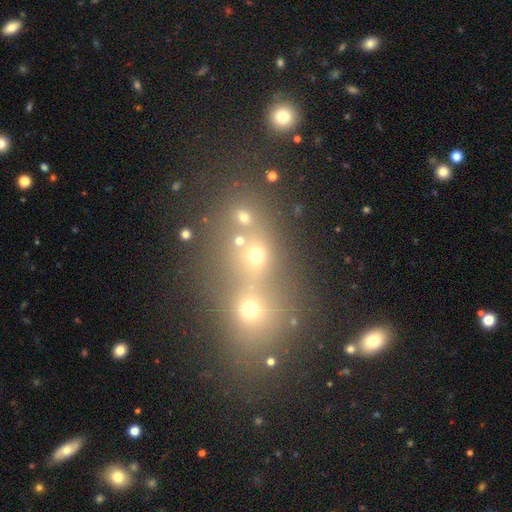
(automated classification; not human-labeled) smooth_or_featured: smooth (p=0.47) [alt: star or artifact p=0.35]
merging: merger (p=0.54) [alt: none p=0.35]